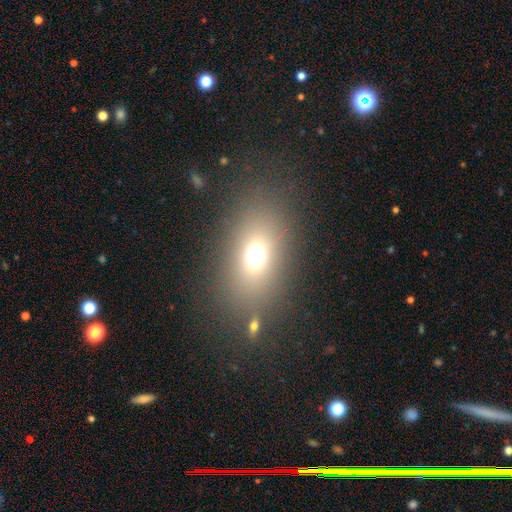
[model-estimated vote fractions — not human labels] Smooth or featured? smooth (65%)
How rounded? in between (70%)
Merging? none (76%)